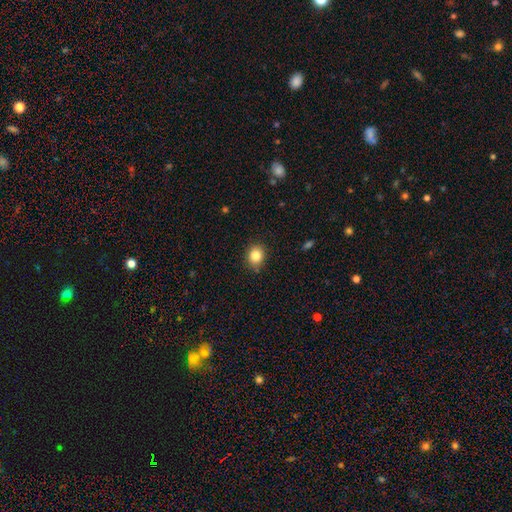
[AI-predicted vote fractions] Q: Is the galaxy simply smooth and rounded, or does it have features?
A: smooth — 85%.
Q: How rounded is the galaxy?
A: round — 64%.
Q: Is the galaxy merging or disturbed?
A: none — 83%.